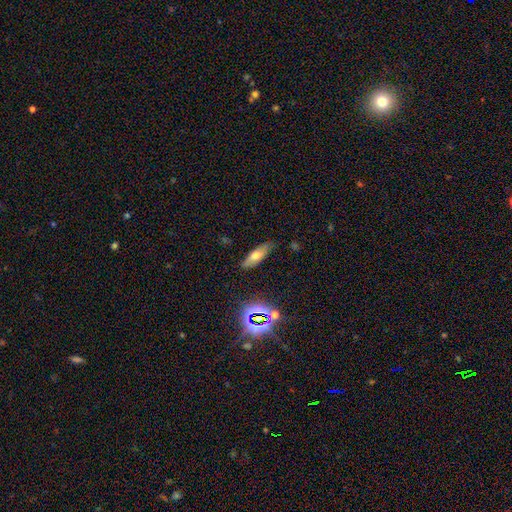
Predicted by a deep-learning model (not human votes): Q: Smooth or featured?
A: smooth (62%); runner-up: featured or disk (25%)
Q: How rounded?
A: in between (51%); runner-up: cigar-shaped (46%)
Q: Merging?
A: none (80%); runner-up: minor disturbance (15%)